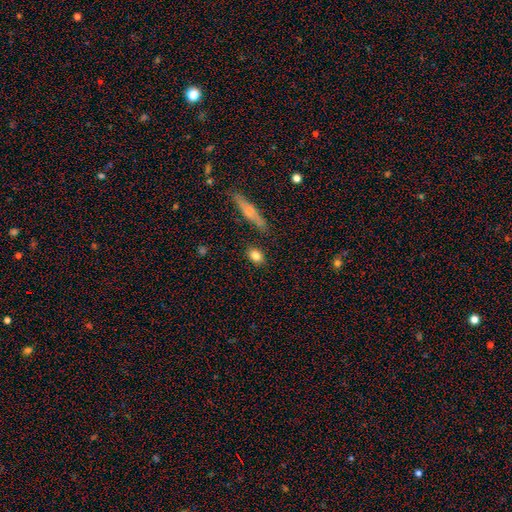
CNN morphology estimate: type=smooth (81%); roundness=in between (70%); merging=none (86%).